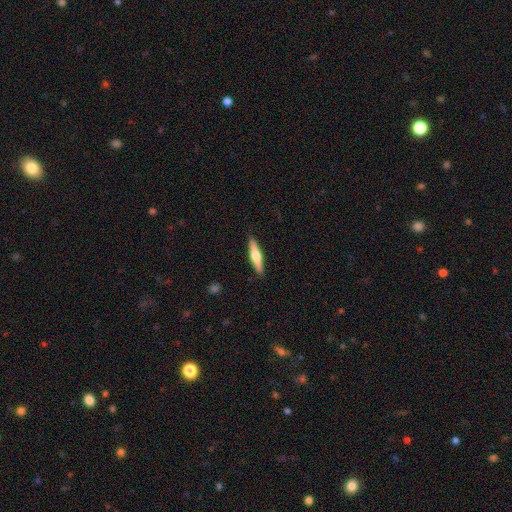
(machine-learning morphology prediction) This appears to be a smooth galaxy with no disk features (48%). Merging: none (90%).